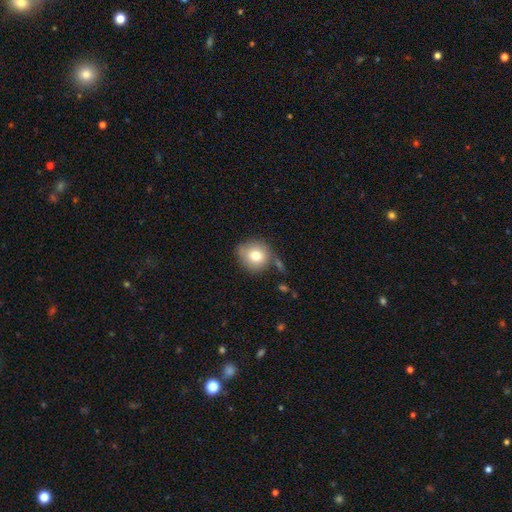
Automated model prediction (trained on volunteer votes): Morphology: type=smooth (77%); roundness=round (84%); merging=none (68%).